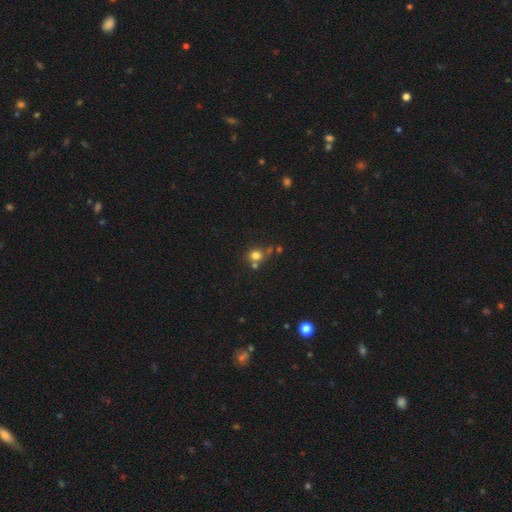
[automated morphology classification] smooth_or_featured: smooth (p=0.74) [alt: star or artifact p=0.16]
how_rounded: round (p=0.81) [alt: in between p=0.18]
merging: none (p=0.56) [alt: merger p=0.28]